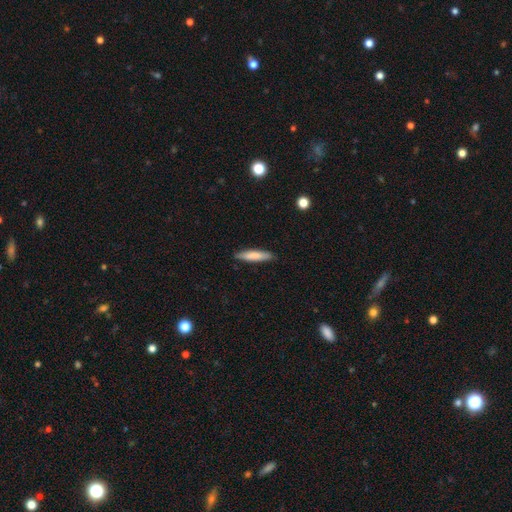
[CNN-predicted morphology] Smooth or featured?
  - smooth: 79% *
  - featured or disk: 15%
  - star or artifact: 6%
How rounded?
  - cigar-shaped: 82% *
  - in between: 16%
  - round: 1%
Merging?
  - none: 88% *
  - minor disturbance: 9%
  - major disturbance: 2%
  - merger: 1%